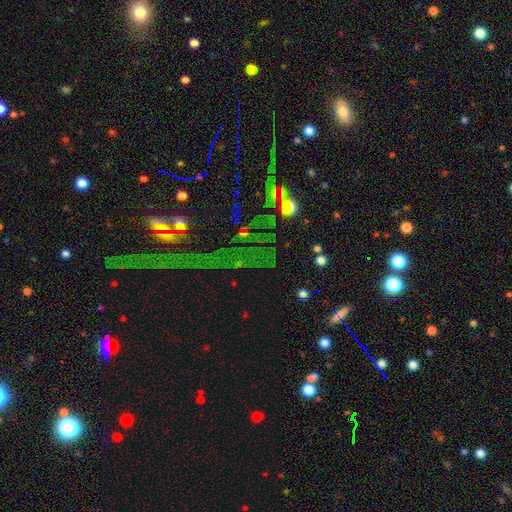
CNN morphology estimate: smooth_or_featured: star or artifact (p=0.72) [alt: smooth p=0.16]